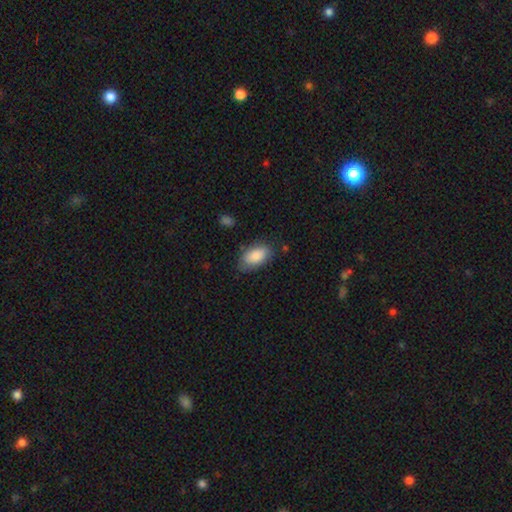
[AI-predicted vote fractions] Smooth or featured? smooth (85%)
How rounded? in between (93%)
Merging? none (76%)